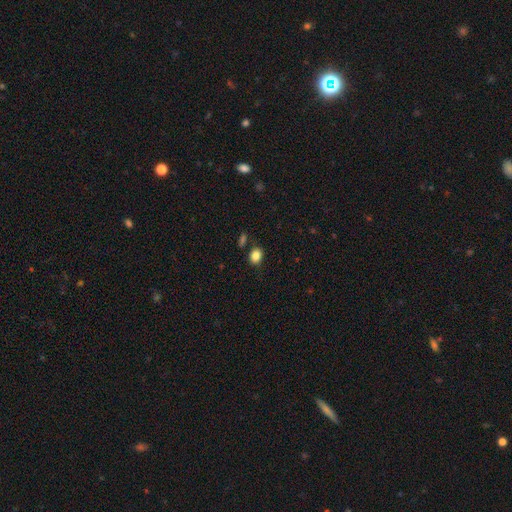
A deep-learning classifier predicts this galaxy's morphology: This appears to be a smooth galaxy with no disk features (85%) that is in between round and cigar-shaped (53%). Merging: none (80%).